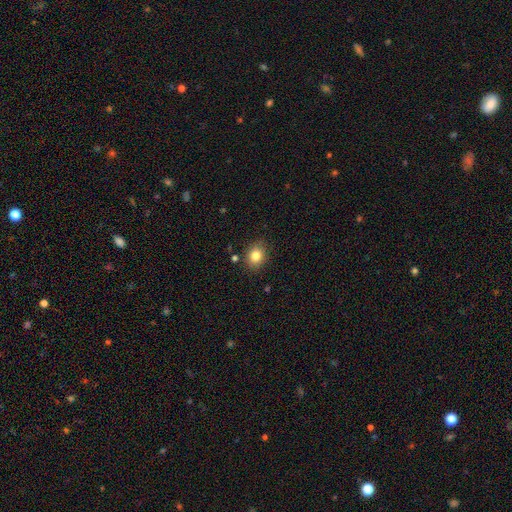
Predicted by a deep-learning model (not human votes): smooth_or_featured: smooth (p=0.83) [alt: star or artifact p=0.10]
how_rounded: round (p=0.52) [alt: in between p=0.47]
merging: none (p=0.84) [alt: minor disturbance p=0.11]